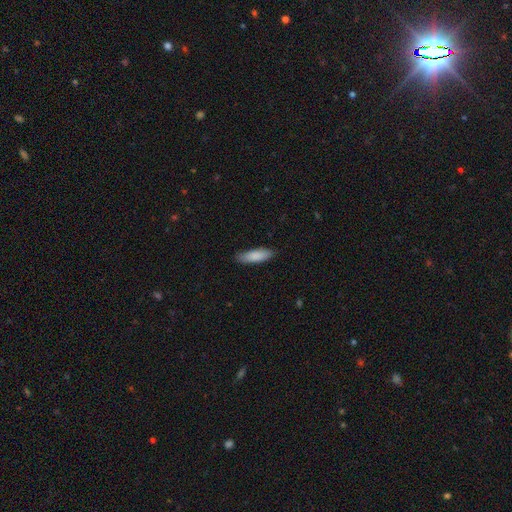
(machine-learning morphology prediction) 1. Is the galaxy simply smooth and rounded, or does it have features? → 86% smooth, 8% featured or disk, 5% star or artifact.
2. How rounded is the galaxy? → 52% cigar-shaped, 46% in between, 1% round.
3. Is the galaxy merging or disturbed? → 85% none, 12% minor disturbance, 2% major disturbance, 1% merger.